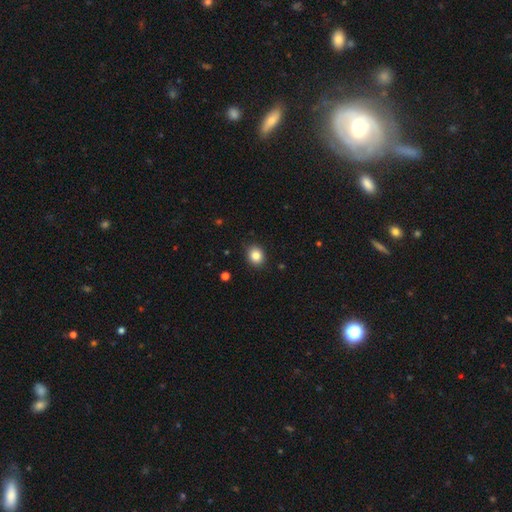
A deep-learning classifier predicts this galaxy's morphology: smooth-or-featured: smooth: 84% | star or artifact: 10% | featured or disk: 6%
  how-rounded: round: 64% | in between: 35% | cigar-shaped: 1%
  merging: none: 88% | minor disturbance: 9% | major disturbance: 2% | merger: 1%